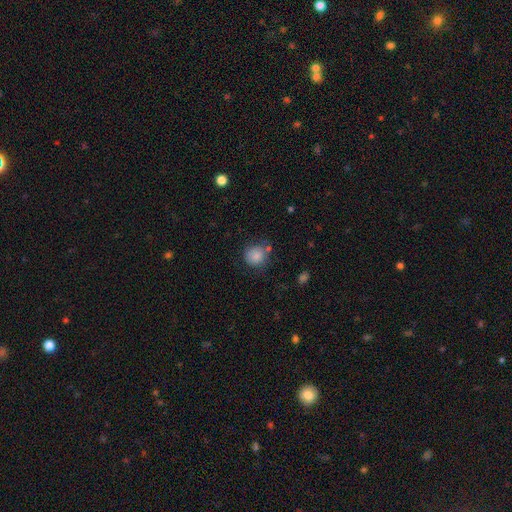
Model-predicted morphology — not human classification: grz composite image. It shows a smooth galaxy with no disk features (83%) that is round (82%). Merging: none (62%).